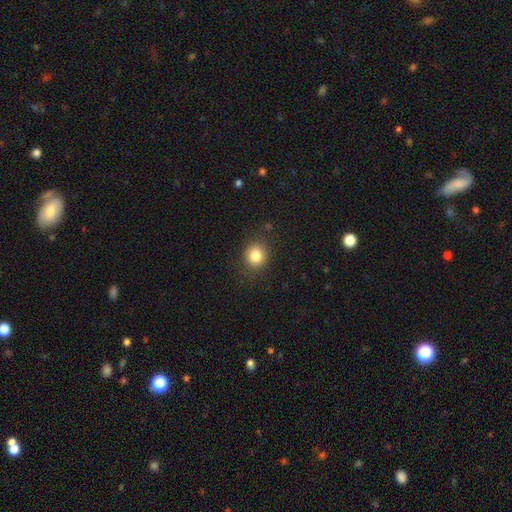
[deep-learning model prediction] smooth_or_featured: smooth (p=0.83) [alt: star or artifact p=0.11]
how_rounded: round (p=0.78) [alt: in between p=0.21]
merging: none (p=0.86) [alt: minor disturbance p=0.10]